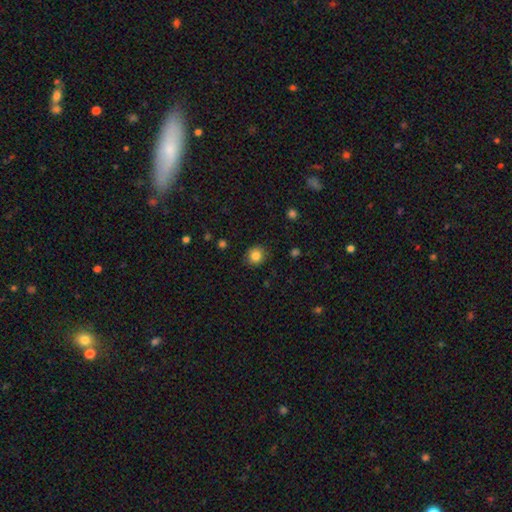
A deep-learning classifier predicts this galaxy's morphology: Overall: smooth (83%). How rounded: round (88%). Merging: none (88%).